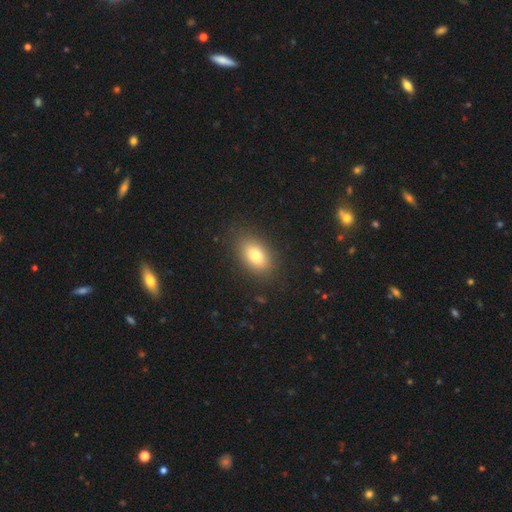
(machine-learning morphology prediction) smooth-or-featured: smooth: 78% | featured or disk: 13% | star or artifact: 10%
  how-rounded: in between: 86% | round: 11% | cigar-shaped: 2%
  merging: none: 86% | minor disturbance: 10% | major disturbance: 3% | merger: 1%